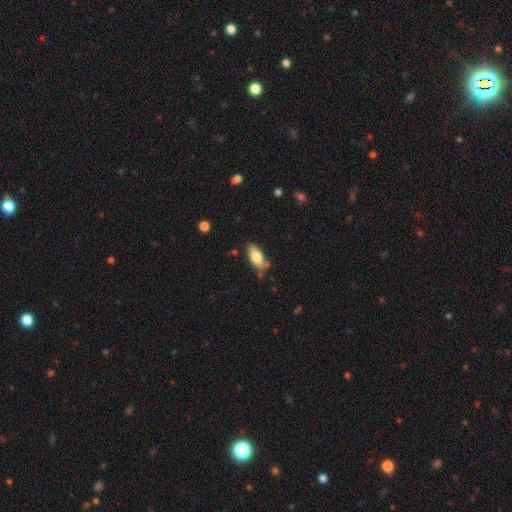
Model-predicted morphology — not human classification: smooth_or_featured: smooth (p=0.75) [alt: featured or disk p=0.18]
how_rounded: in between (p=0.85) [alt: cigar-shaped p=0.12]
merging: none (p=0.72) [alt: minor disturbance p=0.19]